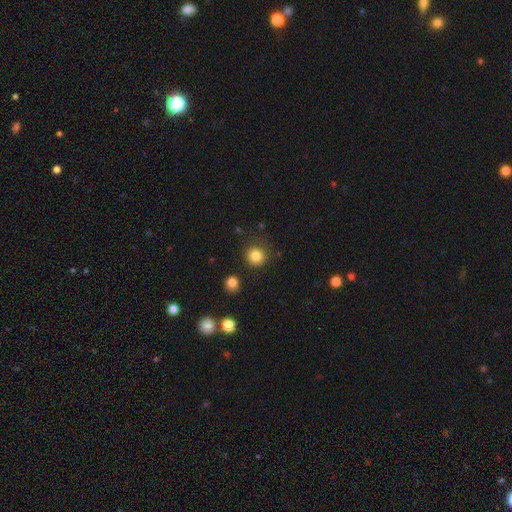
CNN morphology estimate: A smooth galaxy with no disk features (84%) that is round (91%). Merging: none (83%).